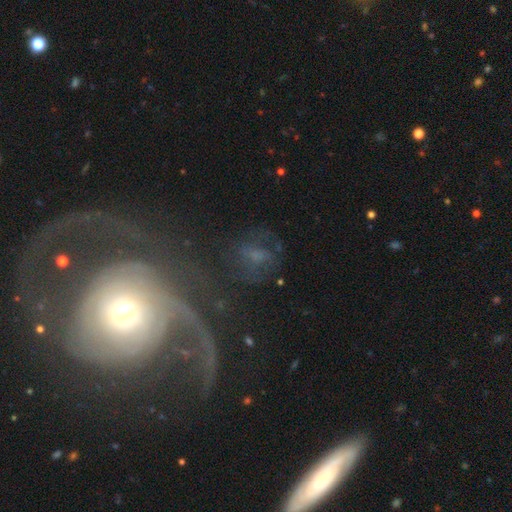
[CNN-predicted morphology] This appears to be a featured or disk galaxy (45%). Merging: none (54%).